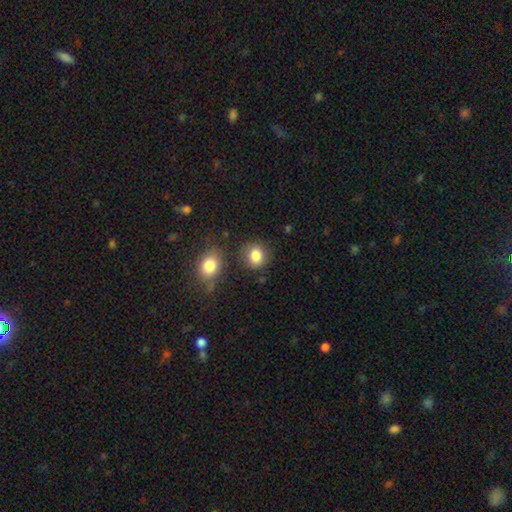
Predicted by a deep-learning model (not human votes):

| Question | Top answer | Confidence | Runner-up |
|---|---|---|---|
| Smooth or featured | smooth | 85% | star or artifact (10%) |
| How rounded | round | 71% | in between (28%) |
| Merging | none | 77% | minor disturbance (12%) |